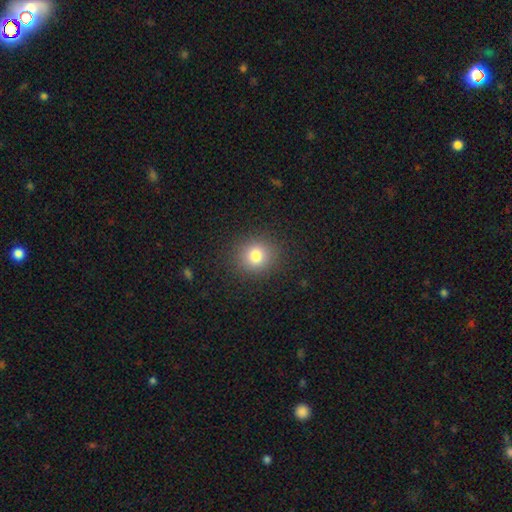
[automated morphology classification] Overall: smooth (81%). How rounded: round (83%). Merging: none (89%).